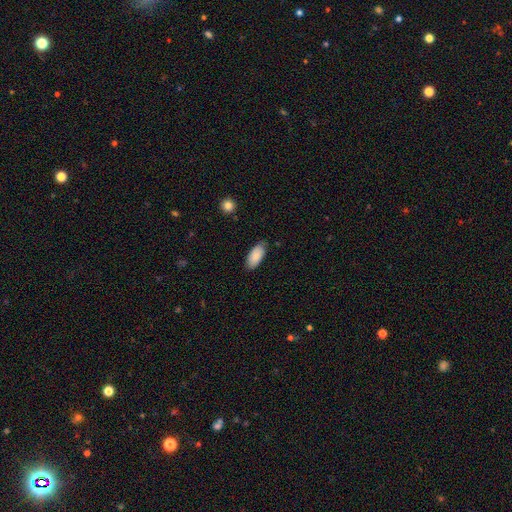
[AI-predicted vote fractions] This appears to be a smooth galaxy with no disk features (88%) that is in between round and cigar-shaped (91%). Merging: none (80%).